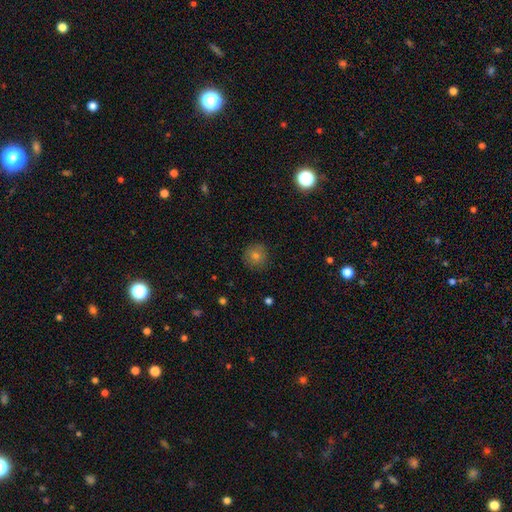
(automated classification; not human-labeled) The model was most divided on "smooth or featured": smooth: 72%, star or artifact: 16%, featured or disk: 12%. More confident: how rounded — round (94%); merging — none (89%).